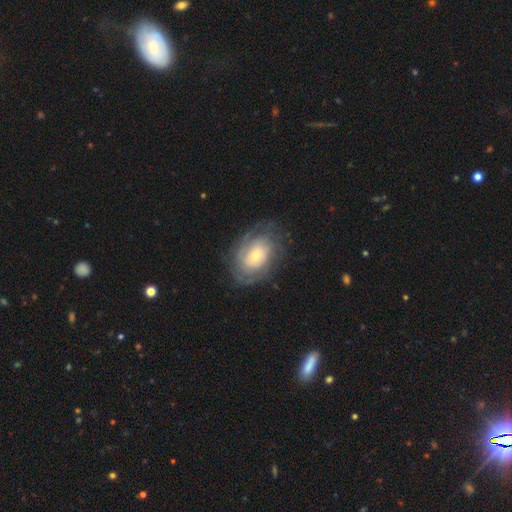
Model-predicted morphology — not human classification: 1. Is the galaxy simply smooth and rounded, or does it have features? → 69% featured or disk, 24% smooth, 7% star or artifact.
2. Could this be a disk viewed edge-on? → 96% no, 4% yes.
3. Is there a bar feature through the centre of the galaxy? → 76% no, 20% weak, 4% strong.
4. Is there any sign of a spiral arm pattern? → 84% yes, 16% no.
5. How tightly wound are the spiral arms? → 66% tight, 24% medium, 10% loose.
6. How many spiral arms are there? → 54% can't tell, 16% 2, 10% 3, 8% 4, 5% more than 4, 5% 1.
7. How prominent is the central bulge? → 53% small, 38% moderate, 6% large, 2% none, 1% dominant.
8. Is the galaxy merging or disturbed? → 74% none, 16% minor disturbance, 9% major disturbance, 1% merger.